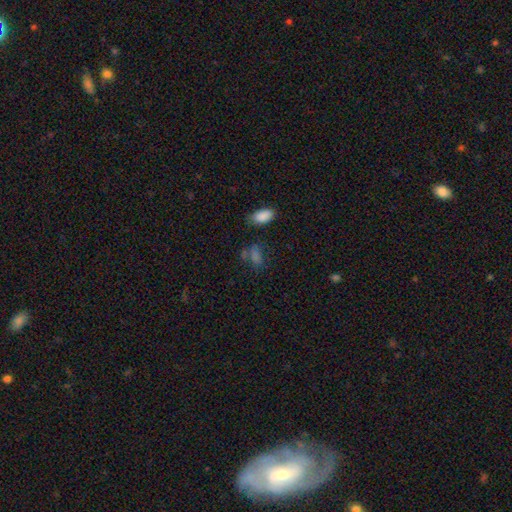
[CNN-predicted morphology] A smooth galaxy with no disk features (66%) that is in between round and cigar-shaped (78%).

Vote fractions:
- Smooth or featured? smooth: 66% / star or artifact: 24% / featured or disk: 11%
- How rounded? in between: 78% / round: 14% / cigar-shaped: 8%
- Merging? none: 58% / minor disturbance: 18% / merger: 14% / major disturbance: 10%